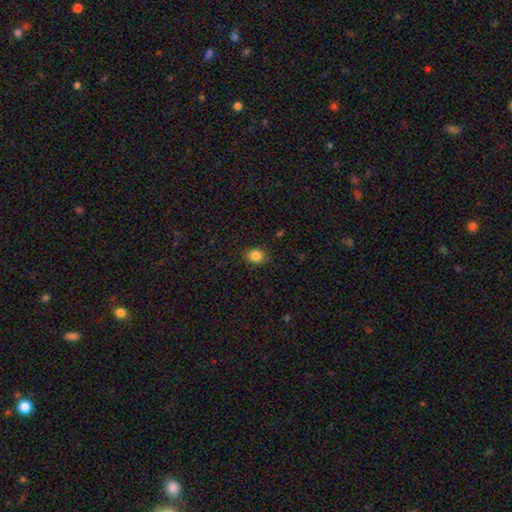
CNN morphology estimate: The model was most divided on "how rounded": round: 64%, in between: 35%, cigar-shaped: 1%. More confident: merging — none (87%); smooth or featured — smooth (84%).